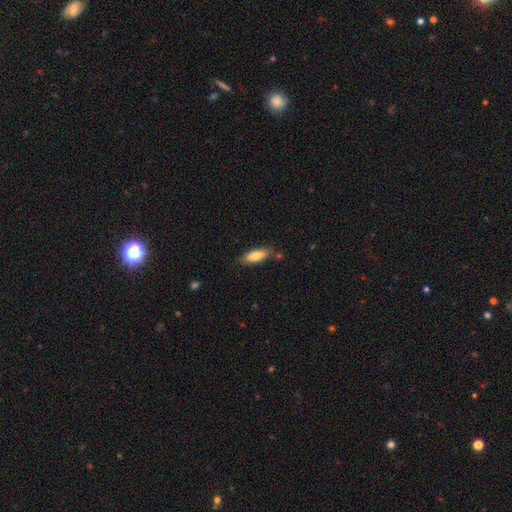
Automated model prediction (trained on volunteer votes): Smooth or featured?
  - smooth: 78% *
  - featured or disk: 16%
  - star or artifact: 6%
How rounded?
  - in between: 71% *
  - cigar-shaped: 27%
  - round: 2%
Merging?
  - none: 76% *
  - minor disturbance: 16%
  - merger: 5%
  - major disturbance: 3%